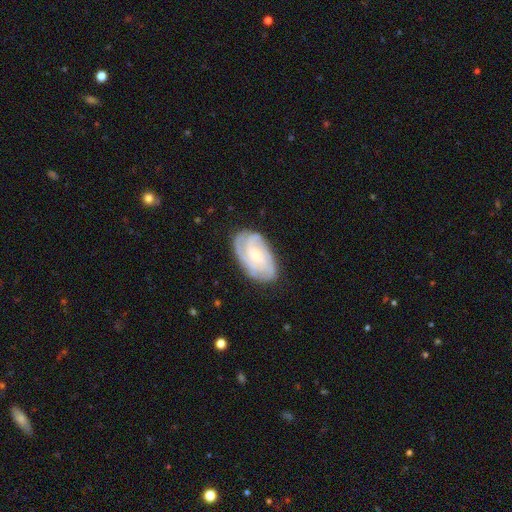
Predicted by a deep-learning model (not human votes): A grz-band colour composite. It shows a featured or disk galaxy (83%) with no bar (65%), 3 (28%) tight (71%) spiral arms (97%) and a small central bulge (69%). Merging: none (77%).